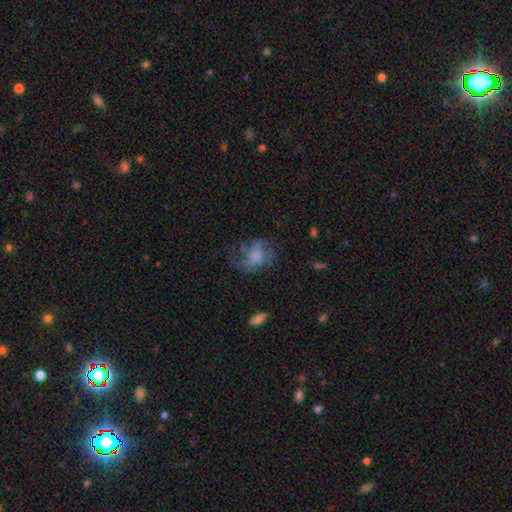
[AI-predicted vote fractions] Smooth or featured? smooth (47%)
Merging? none (46%)